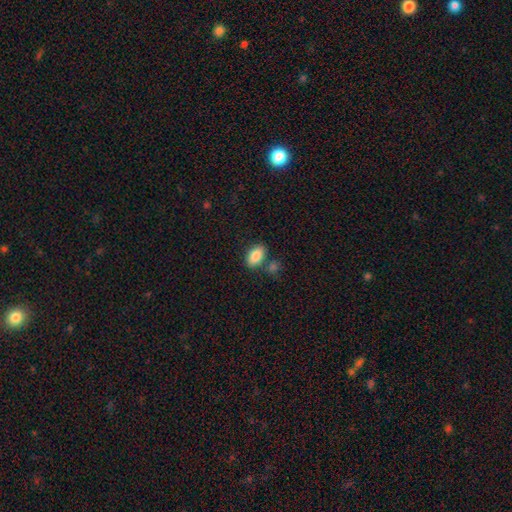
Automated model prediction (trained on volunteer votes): smooth-or-featured: smooth: 86% | star or artifact: 7% | featured or disk: 7%
  how-rounded: in between: 90% | round: 8% | cigar-shaped: 2%
  merging: none: 74% | minor disturbance: 12% | merger: 10% | major disturbance: 3%